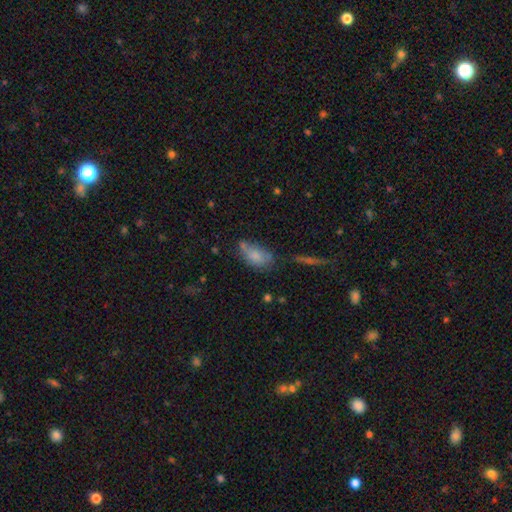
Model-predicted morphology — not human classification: Overall: smooth (75%). How rounded: in between (89%). Merging: none (45%; minor disturbance 29%).